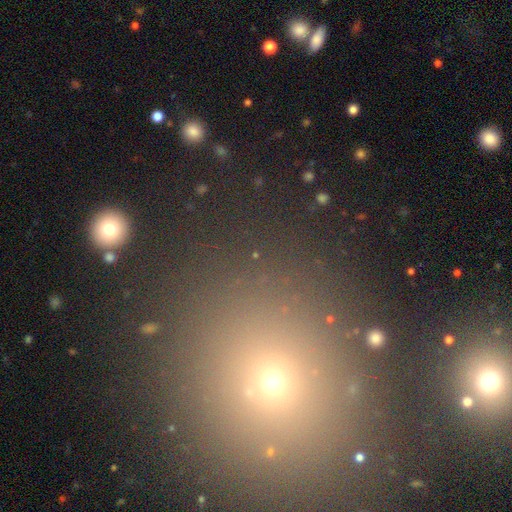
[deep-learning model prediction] A smooth galaxy with no disk features (46%).

Vote fractions:
- Smooth or featured? smooth: 46% / star or artifact: 45% / featured or disk: 9%
- Merging? none: 85% / minor disturbance: 6% / merger: 5% / major disturbance: 4%